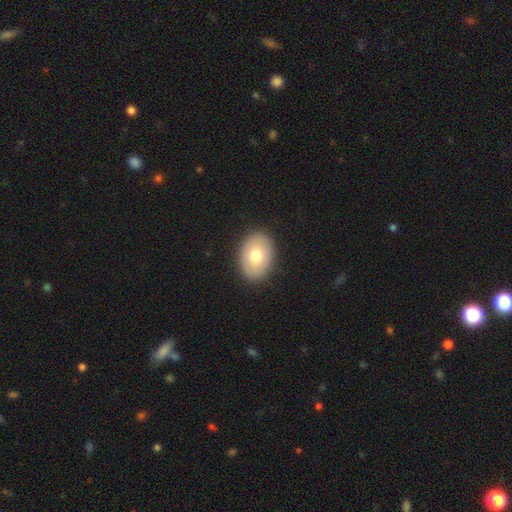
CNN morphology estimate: type=smooth (75%); roundness=in between (80%); merging=none (90%).